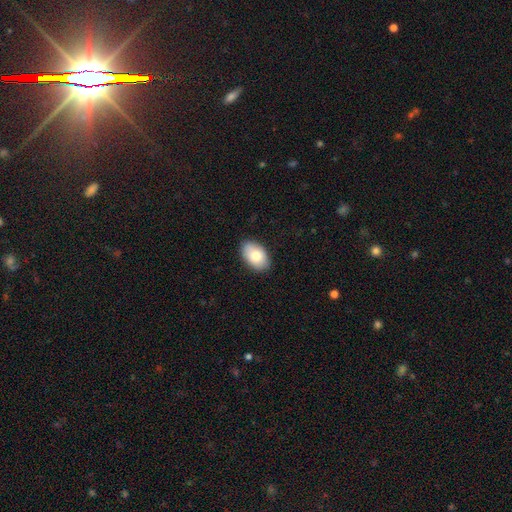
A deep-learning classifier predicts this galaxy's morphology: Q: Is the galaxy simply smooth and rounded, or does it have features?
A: smooth — 80%.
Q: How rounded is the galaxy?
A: in between — 91%.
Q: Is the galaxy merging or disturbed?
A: none — 87%.